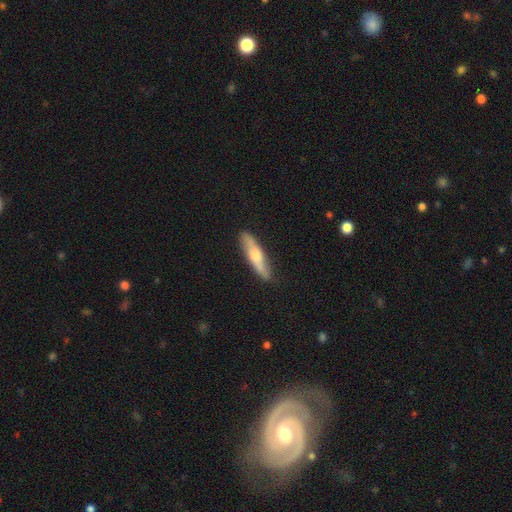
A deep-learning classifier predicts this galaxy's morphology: Smooth or featured?
  - smooth: 53% *
  - featured or disk: 42%
  - star or artifact: 5%
How rounded?
  - cigar-shaped: 82% *
  - in between: 16%
  - round: 2%
Merging?
  - none: 86% *
  - minor disturbance: 11%
  - major disturbance: 2%
  - merger: 1%